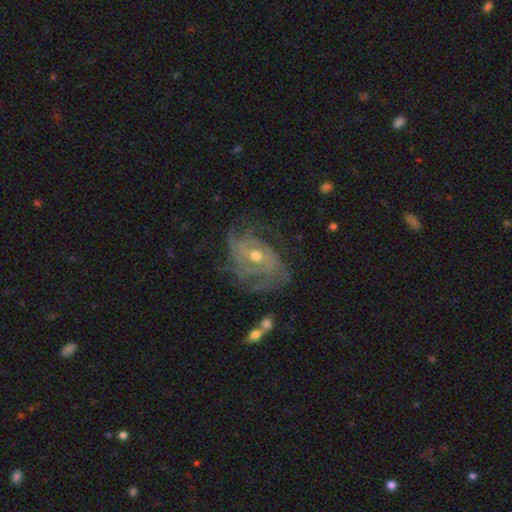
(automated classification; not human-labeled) Smooth or featured? Predicted: featured or disk (p=0.87). Edge-on disk? Predicted: no (p=0.97). Bar? Predicted: no (p=0.58). Spiral arms? Predicted: yes (p=0.95). Spiral winding? Predicted: tight (p=0.60). Spiral arm count? Predicted: 3 (p=0.27, tied with can't tell). Bulge size? Predicted: moderate (p=0.60). Merging? Predicted: none (p=0.66).